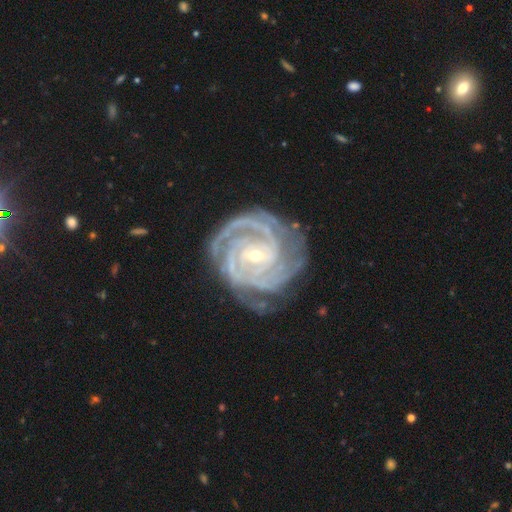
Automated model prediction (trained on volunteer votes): Morphology: type=featured or disk (93%); edge-on=no (98%); bar=no (41%); spiral arms=yes (98%); winding=tight (76%); arm count=3 (30%); bulge=small (63%); merging=none (71%).